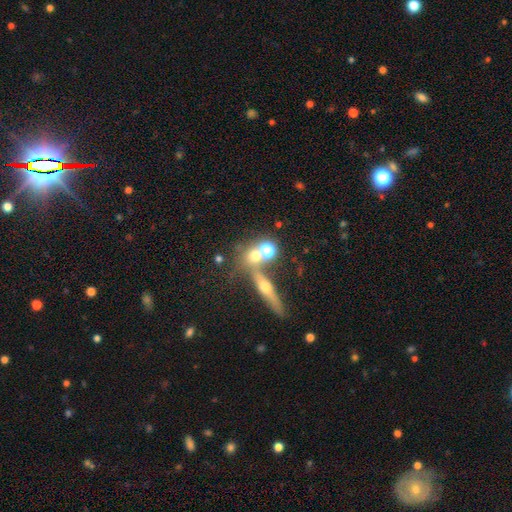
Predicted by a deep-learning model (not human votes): smooth-or-featured: smooth: 56% | featured or disk: 27% | star or artifact: 17%
  how-rounded: round: 68% | in between: 21% | cigar-shaped: 11%
  merging: none: 48% | merger: 38% | minor disturbance: 9% | major disturbance: 5%